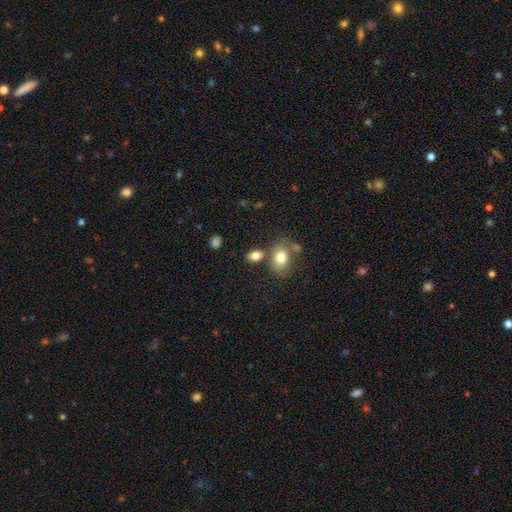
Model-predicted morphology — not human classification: type=smooth (81%); roundness=in between (81%); merging=none (63%).